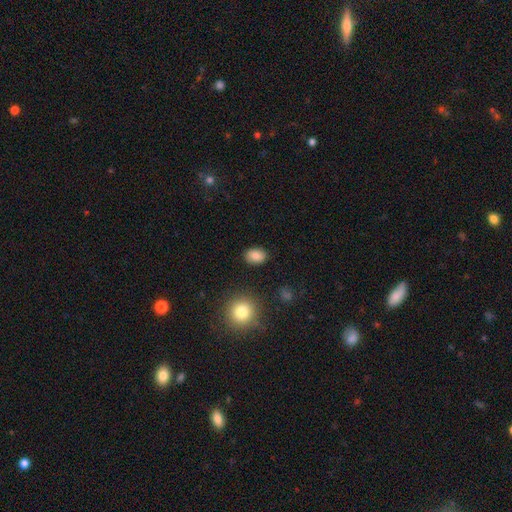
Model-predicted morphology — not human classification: smooth-or-featured: smooth: 84% | star or artifact: 9% | featured or disk: 7%
  how-rounded: in between: 73% | round: 26% | cigar-shaped: 1%
  merging: none: 87% | minor disturbance: 9% | major disturbance: 2% | merger: 2%